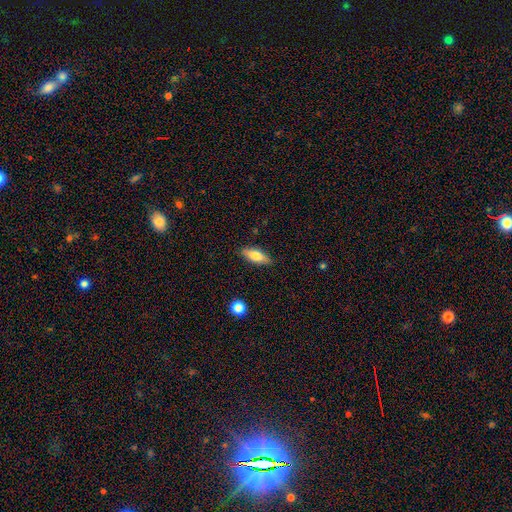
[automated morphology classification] The model was most divided on "how rounded": in between: 71%, cigar-shaped: 27%, round: 3%. More confident: merging — none (85%); smooth or featured — smooth (75%).